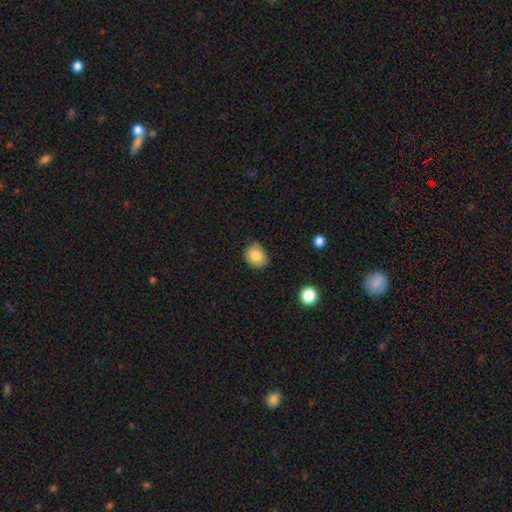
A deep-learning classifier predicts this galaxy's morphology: Overall: smooth (82%). How rounded: round (60%; in between 39%). Merging: none (78%).